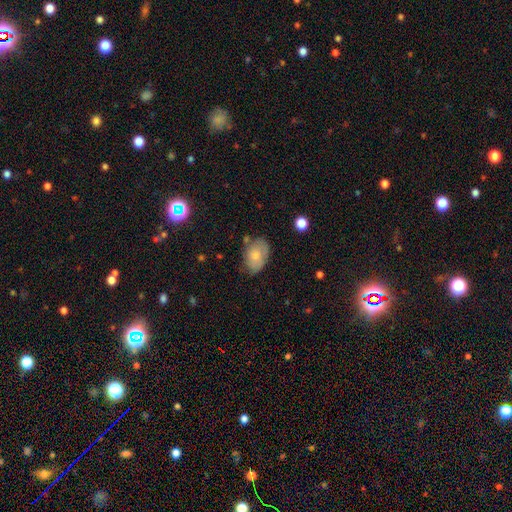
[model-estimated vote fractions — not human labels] Smooth or featured: smooth — 67% (featured or disk — 25%)
How rounded: in between — 82% (round — 16%)
Merging: none — 61% (minor disturbance — 28%)